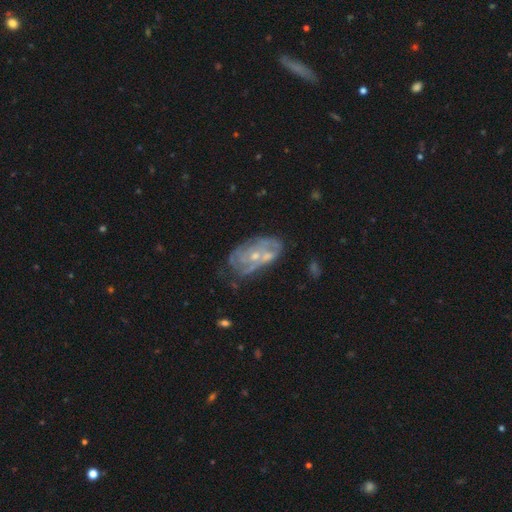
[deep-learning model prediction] A featured or disk galaxy (76%) with no bar (75%), tight (55%) spiral arms (74%) and a small central bulge (57%).

Vote fractions:
- Smooth or featured? featured or disk: 76% / smooth: 16% / star or artifact: 8%
- Edge-on disk? no: 95% / yes: 5%
- Bar? no: 75% / weak: 20% / strong: 4%
- Spiral arms? yes: 74% / no: 26%
- Spiral winding? tight: 55% / medium: 33% / loose: 12%
- Spiral arm count? can't tell: 47% / 2: 26% / 3: 13% / 4: 6% / 1: 5% / more than 4: 4%
- Bulge size? small: 57% / moderate: 38% / none: 2% / large: 1% / dominant: 1%
- Merging? none: 46% / minor disturbance: 23% / merger: 18% / major disturbance: 13%